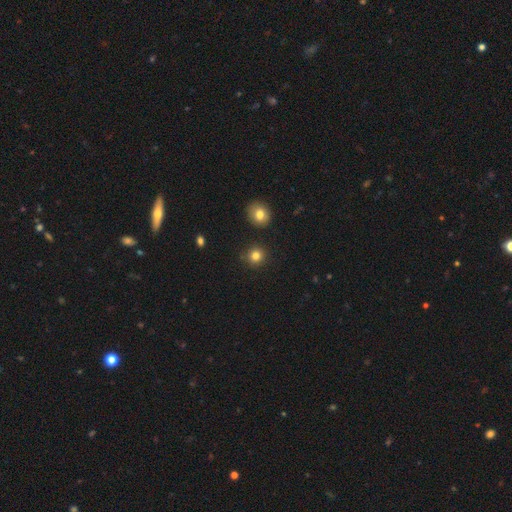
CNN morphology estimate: type=smooth (83%); roundness=round (92%); merging=none (89%).